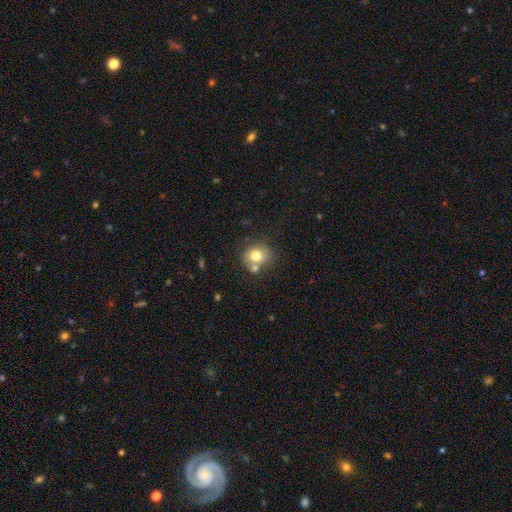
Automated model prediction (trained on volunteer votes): Morphology: type=smooth (75%); roundness=round (73%); merging=none (59%).